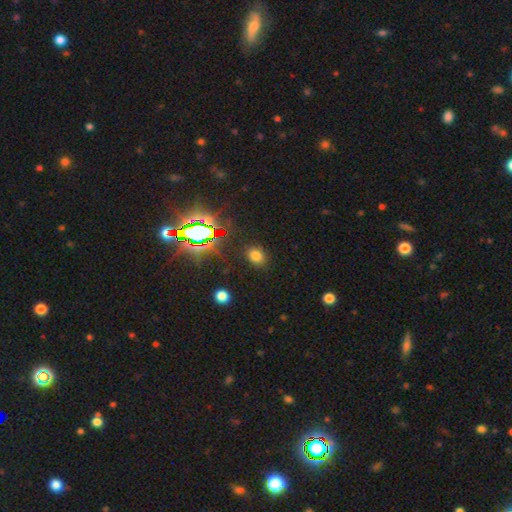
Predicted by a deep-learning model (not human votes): Smooth or featured? smooth (70%)
How rounded? round (51%)
Merging? none (86%)